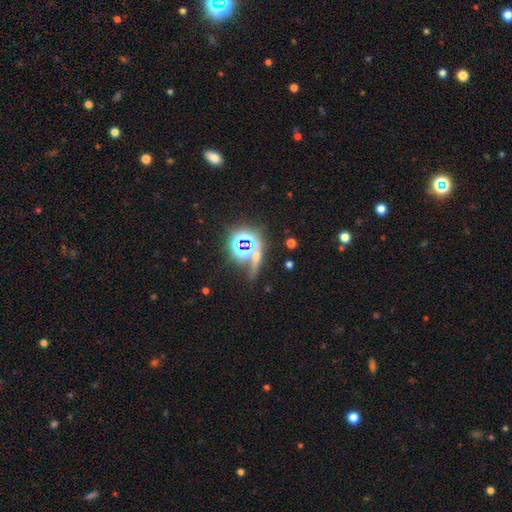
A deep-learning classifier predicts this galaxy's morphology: smooth-or-featured: star or artifact: 60% | smooth: 27% | featured or disk: 13%